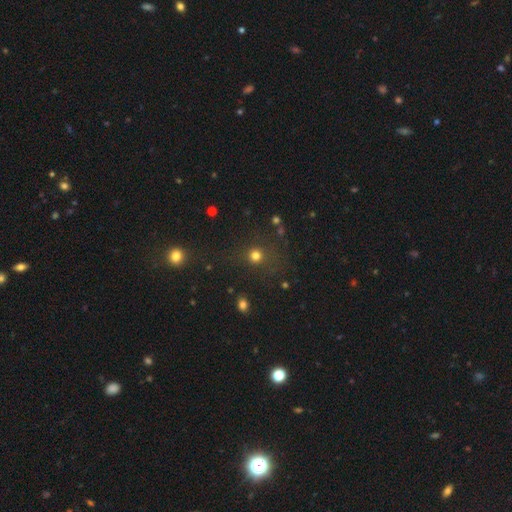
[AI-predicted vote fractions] Smooth or featured? Predicted: smooth (p=0.73). How rounded? Predicted: round (p=0.90). Merging? Predicted: none (p=0.78).